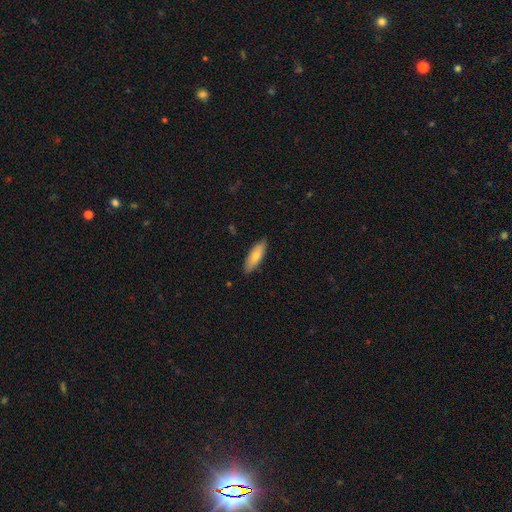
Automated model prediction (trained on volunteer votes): smooth 76%, featured or disk 18%, star or artifact 6%. Down the decision tree: how rounded — in between (57%); merging — none (87%).